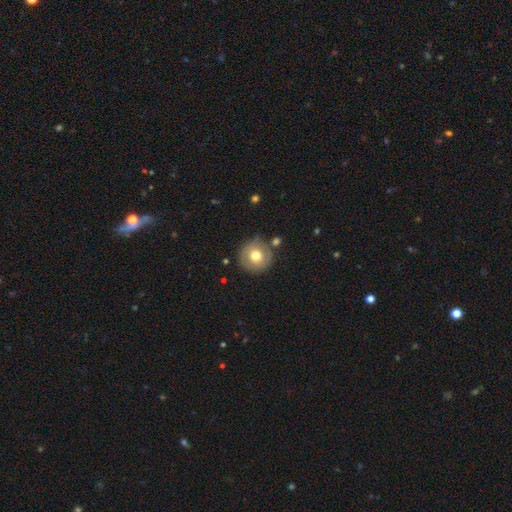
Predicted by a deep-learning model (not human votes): Morphology: type=smooth (65%); roundness=round (94%); merging=none (77%).